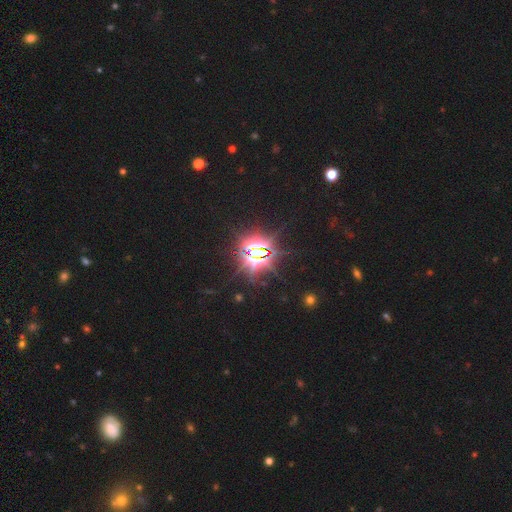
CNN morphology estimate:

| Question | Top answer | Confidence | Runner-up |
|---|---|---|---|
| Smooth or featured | star or artifact | 85% | featured or disk (8%) |